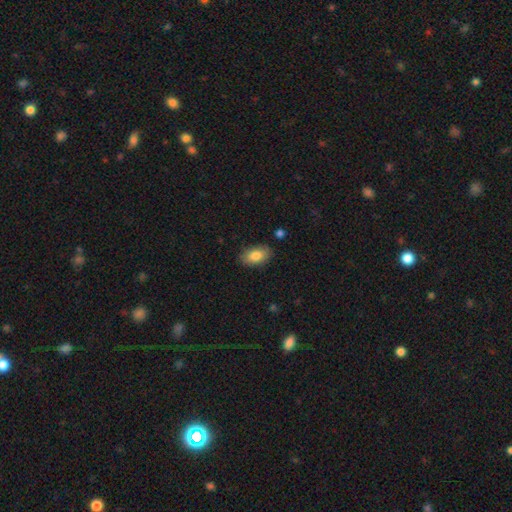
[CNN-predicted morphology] The model was most divided on "merging": none: 84%, minor disturbance: 12%, major disturbance: 2%, merger: 1%. More confident: how rounded — in between (92%); smooth or featured — smooth (83%).